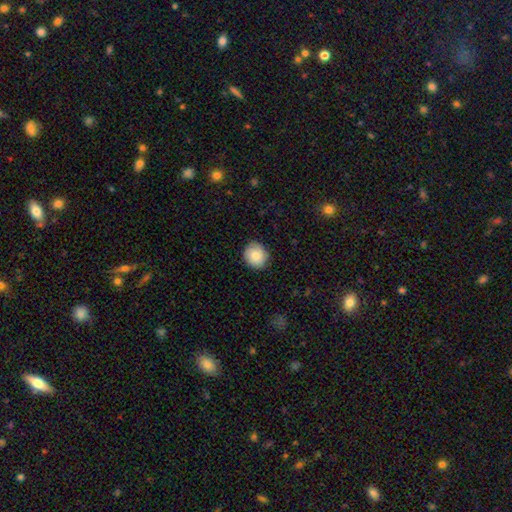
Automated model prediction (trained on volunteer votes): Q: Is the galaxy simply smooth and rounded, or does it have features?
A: smooth — 84%.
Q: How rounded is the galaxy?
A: round — 79%.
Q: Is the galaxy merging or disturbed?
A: none — 85%.